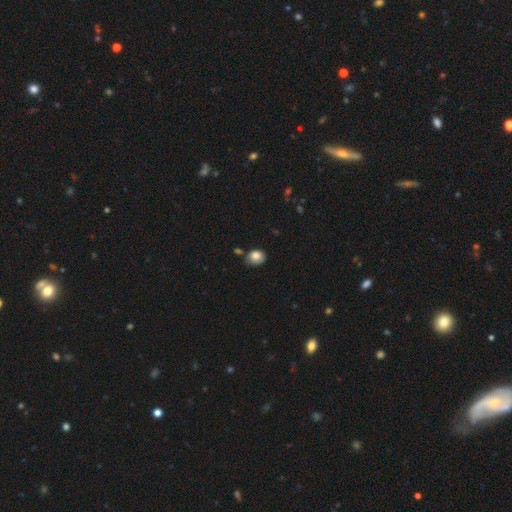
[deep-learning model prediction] smooth 82%, featured or disk 10%, star or artifact 9%. Down the decision tree: how rounded — in between (52%); merging — none (68%).